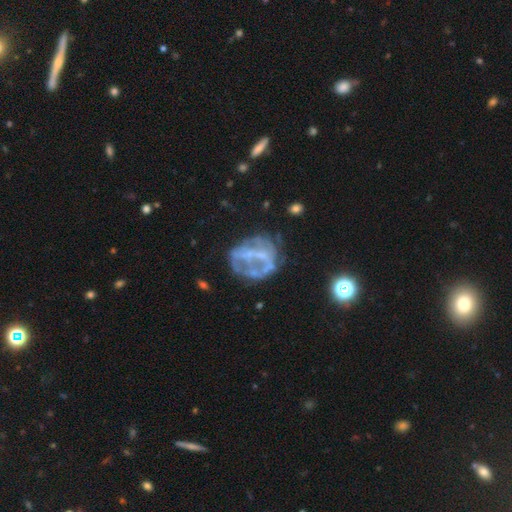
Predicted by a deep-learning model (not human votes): Smooth or featured: featured or disk — 66% (smooth — 20%)
Edge-on disk: no — 97% (yes — 3%)
Bar: no — 60% (weak — 23%)
Spiral arms: no — 77% (yes — 23%)
Bulge size: none — 61% (small — 27%)
Merging: none — 47% (major disturbance — 27%)